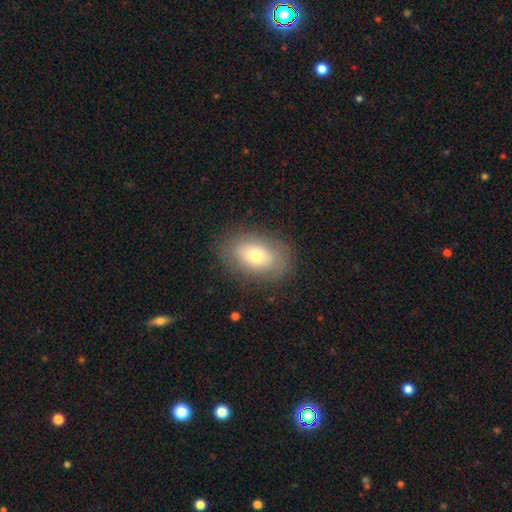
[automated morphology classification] Q: Smooth or featured?
A: smooth (66%); runner-up: featured or disk (25%)
Q: How rounded?
A: in between (85%); runner-up: round (13%)
Q: Merging?
A: none (82%); runner-up: minor disturbance (13%)